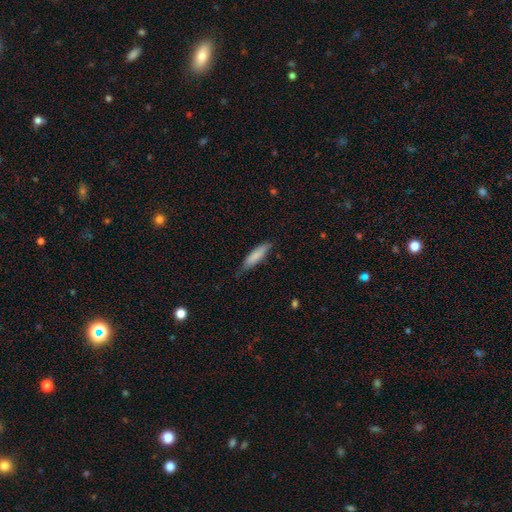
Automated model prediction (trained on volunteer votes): A smooth galaxy with no disk features (81%) that is cigar-shaped (68%).

Vote fractions:
- Smooth or featured? smooth: 81% / featured or disk: 13% / star or artifact: 6%
- How rounded? cigar-shaped: 68% / in between: 31% / round: 1%
- Merging? none: 67% / minor disturbance: 27% / major disturbance: 5% / merger: 1%